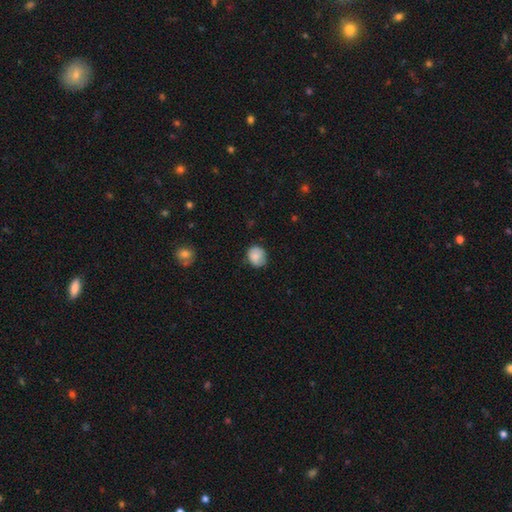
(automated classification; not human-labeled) The model was most divided on "how rounded": round: 64%, in between: 35%, cigar-shaped: 1%. More confident: smooth or featured — smooth (85%); merging — none (71%).